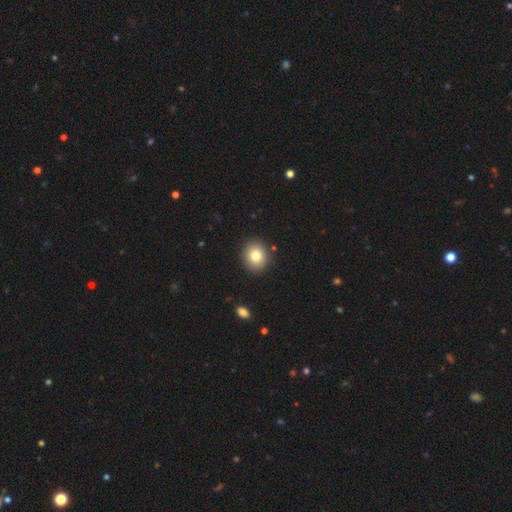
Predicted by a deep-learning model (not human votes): This is clearly a smooth galaxy (81%). How rounded: likely round (74%). Merging: clearly none (89%).